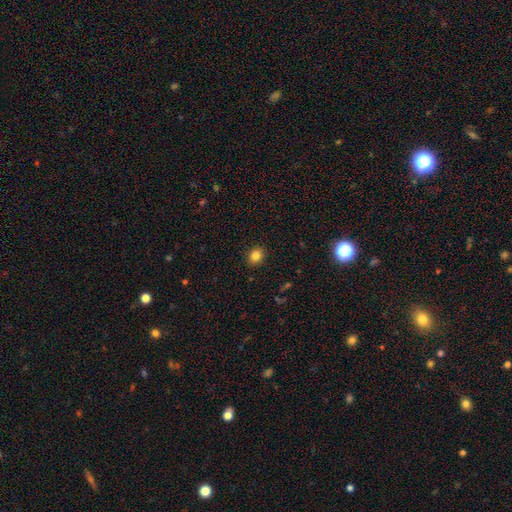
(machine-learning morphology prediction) A smooth galaxy with no disk features (83%) that is round (72%). Merging: none (91%).